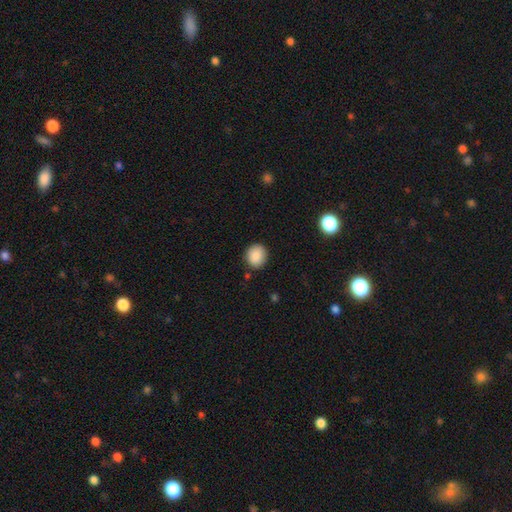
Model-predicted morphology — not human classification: Overall: smooth (87%). How rounded: round (79%). Merging: none (86%).